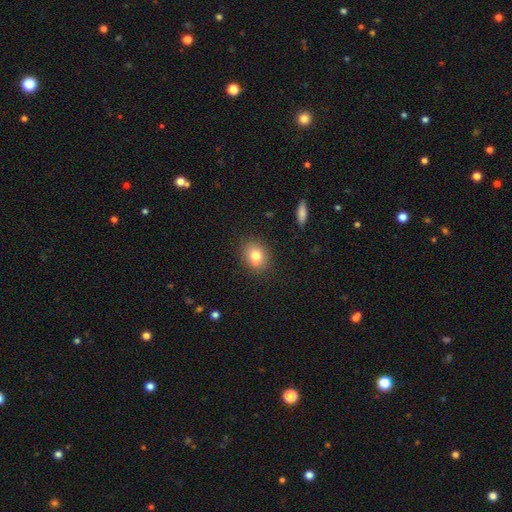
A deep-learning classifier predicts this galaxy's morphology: Smooth or featured: smooth — 78% (featured or disk — 11%)
How rounded: round — 54% (in between — 45%)
Merging: none — 76% (minor disturbance — 13%)